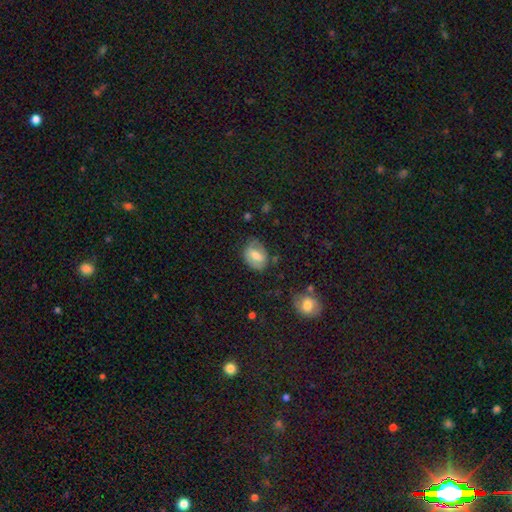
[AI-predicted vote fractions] Q: Smooth or featured?
A: smooth (57%); runner-up: featured or disk (36%)
Q: How rounded?
A: in between (74%); runner-up: round (24%)
Q: Merging?
A: none (70%); runner-up: minor disturbance (21%)